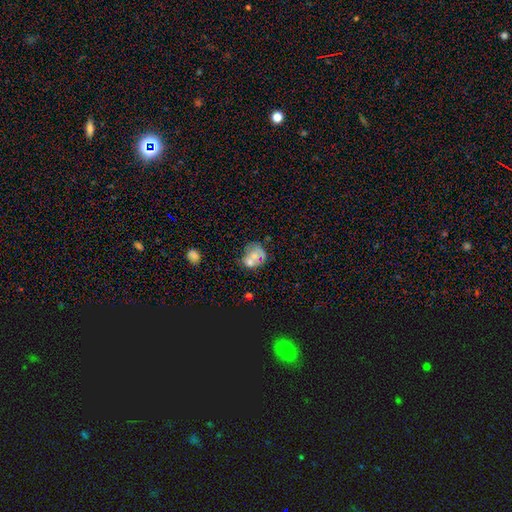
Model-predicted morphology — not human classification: type=smooth (50%); roundness=round (63%); merging=merger (36%).